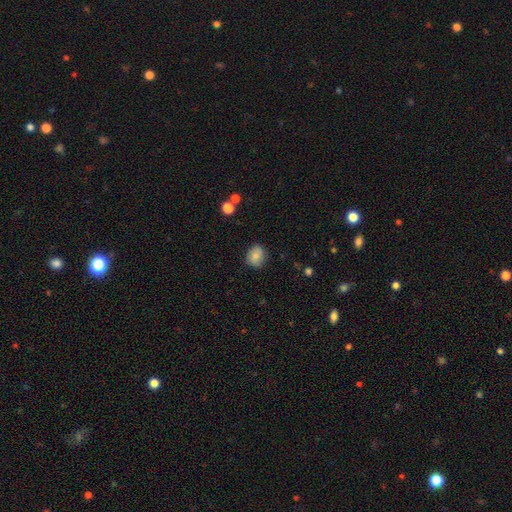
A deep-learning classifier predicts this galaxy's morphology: The model was most divided on "how rounded": round: 65%, in between: 34%, cigar-shaped: 1%. More confident: merging — none (83%); smooth or featured — smooth (77%).